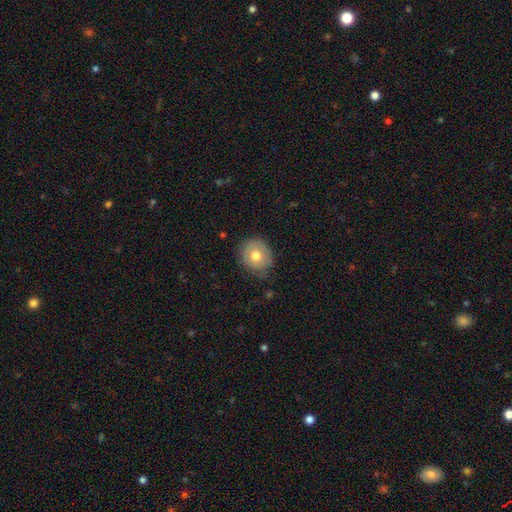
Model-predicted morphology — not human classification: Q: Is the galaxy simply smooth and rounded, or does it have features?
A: smooth — 67%.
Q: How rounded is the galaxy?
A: round — 77%.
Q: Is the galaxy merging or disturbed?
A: none — 76%.